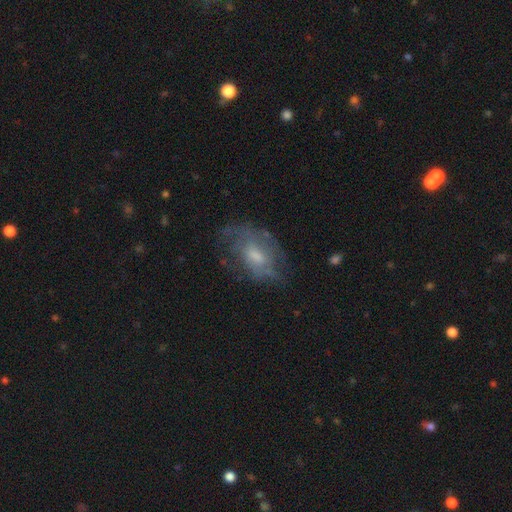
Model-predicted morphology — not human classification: A featured or disk galaxy (63%) with no bar (60%), spiral arms (71%) and a moderate central bulge (49%). Merging: none (59%).